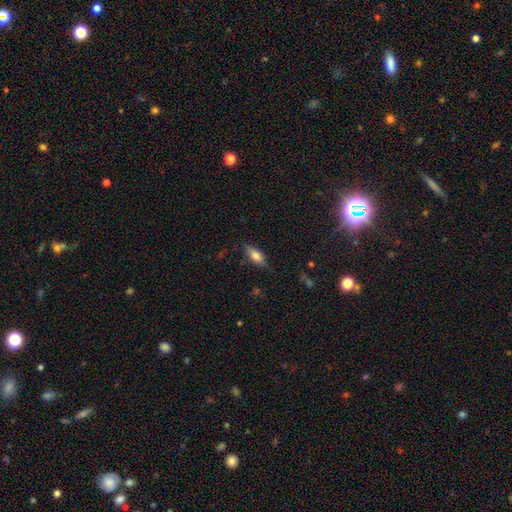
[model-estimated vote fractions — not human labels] This is likely a smooth galaxy (72%). How rounded: likely in between (77%). Merging: likely none (77%).